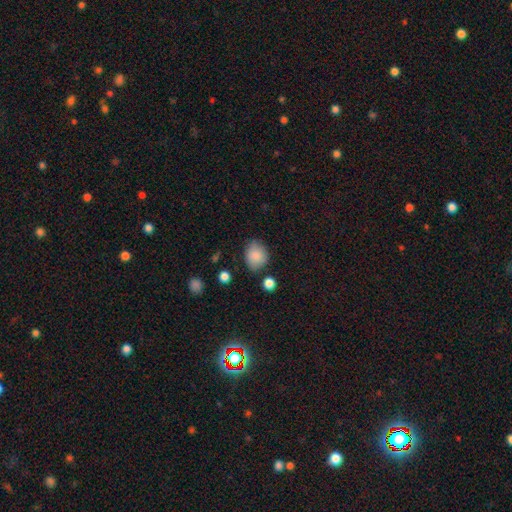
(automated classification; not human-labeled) Morphology: type=smooth (86%); roundness=round (57%); merging=none (72%).